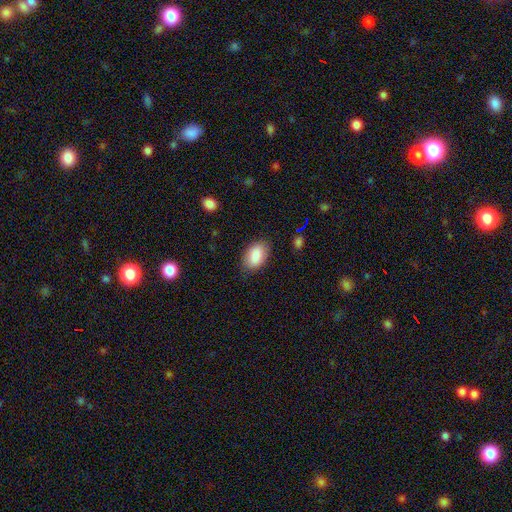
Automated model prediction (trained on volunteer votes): A smooth galaxy with no disk features (87%) that is in between round and cigar-shaped (92%). Merging: none (83%).